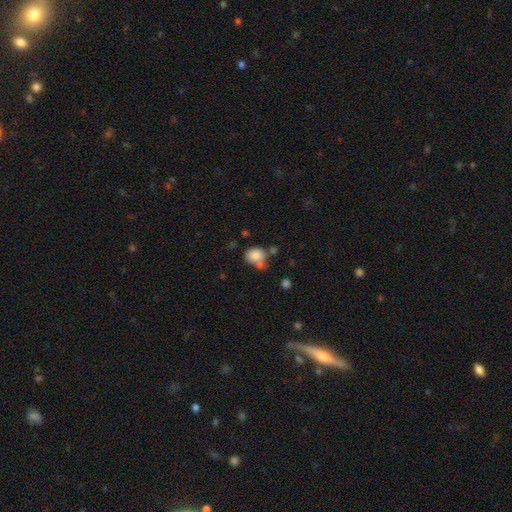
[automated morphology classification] Smooth or featured? smooth (83%)
How rounded? round (63%)
Merging? none (48%)